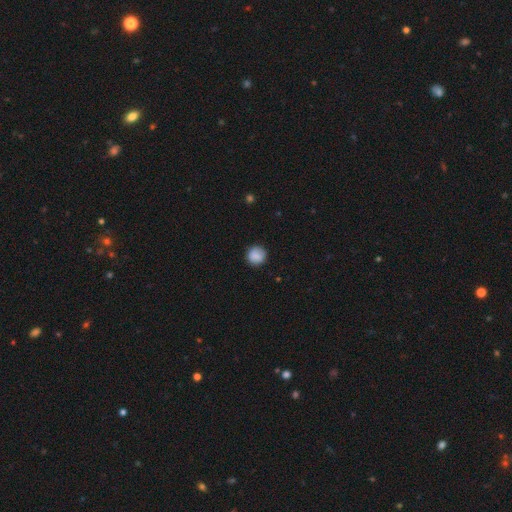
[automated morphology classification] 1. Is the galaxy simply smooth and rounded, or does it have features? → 86% smooth, 8% star or artifact, 6% featured or disk.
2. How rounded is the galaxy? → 93% round, 6% in between, 1% cigar-shaped.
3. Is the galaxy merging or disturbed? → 88% none, 9% minor disturbance, 2% major disturbance, 1% merger.